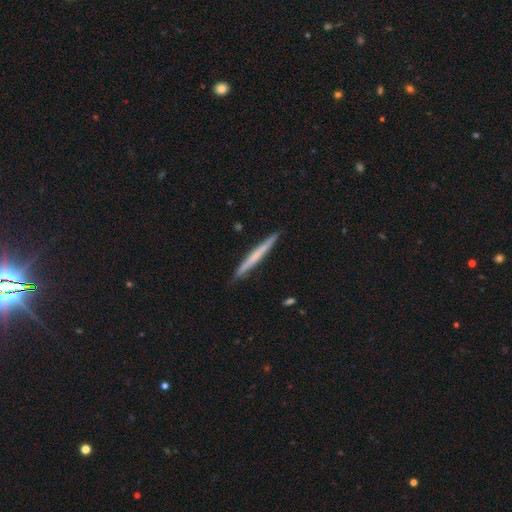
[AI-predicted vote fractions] Smooth or featured: smooth — 50% (featured or disk — 44%)
How rounded: cigar-shaped — 97% (in between — 2%)
Merging: none — 91% (minor disturbance — 7%)